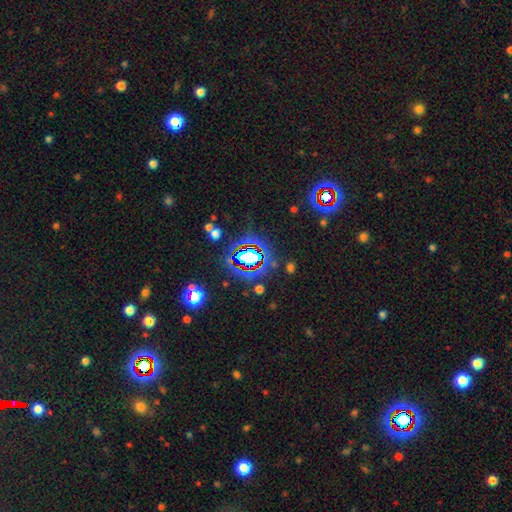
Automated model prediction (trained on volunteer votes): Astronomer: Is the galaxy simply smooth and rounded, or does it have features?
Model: star or artifact — 66%.